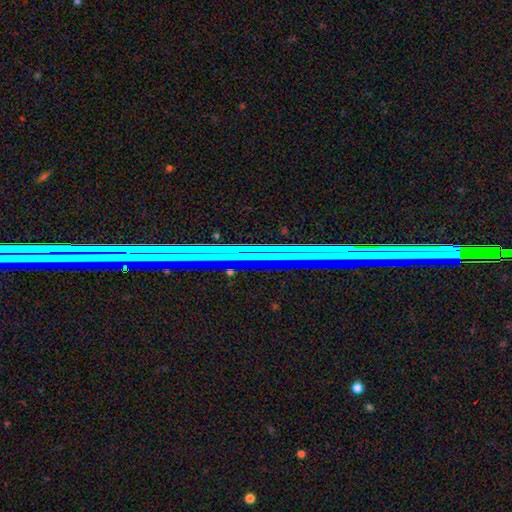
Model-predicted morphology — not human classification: Overall: star or artifact (63%; featured or disk 26%).